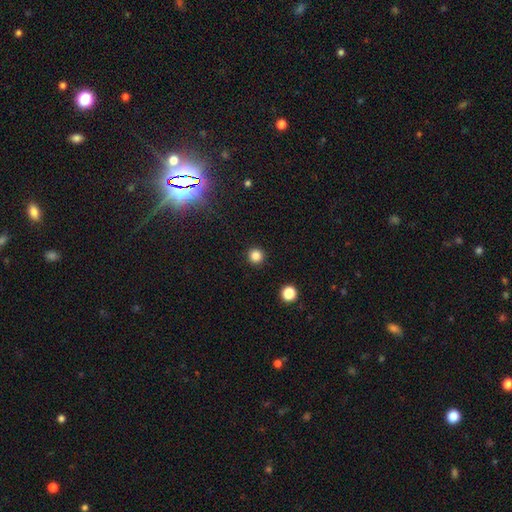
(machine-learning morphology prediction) Q: Smooth or featured?
A: smooth (83%); runner-up: star or artifact (13%)
Q: How rounded?
A: round (95%); runner-up: in between (4%)
Q: Merging?
A: none (93%); runner-up: minor disturbance (4%)